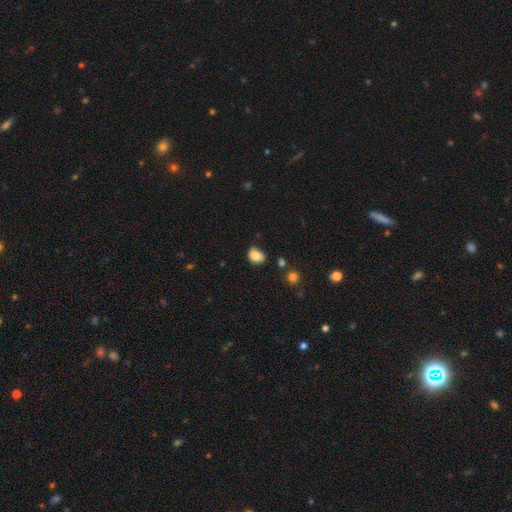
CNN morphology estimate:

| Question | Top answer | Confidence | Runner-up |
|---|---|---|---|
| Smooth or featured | smooth | 86% | star or artifact (10%) |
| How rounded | in between | 62% | round (37%) |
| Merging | none | 72% | minor disturbance (21%) |